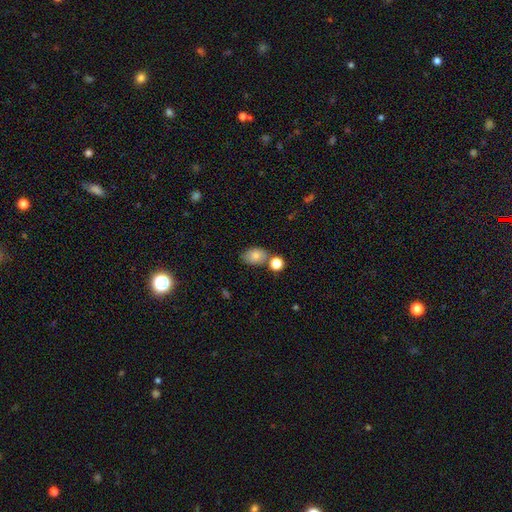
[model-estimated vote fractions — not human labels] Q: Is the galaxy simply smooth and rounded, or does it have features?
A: smooth — 81%.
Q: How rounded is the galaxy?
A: in between — 82%.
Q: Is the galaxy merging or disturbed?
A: none — 66%.